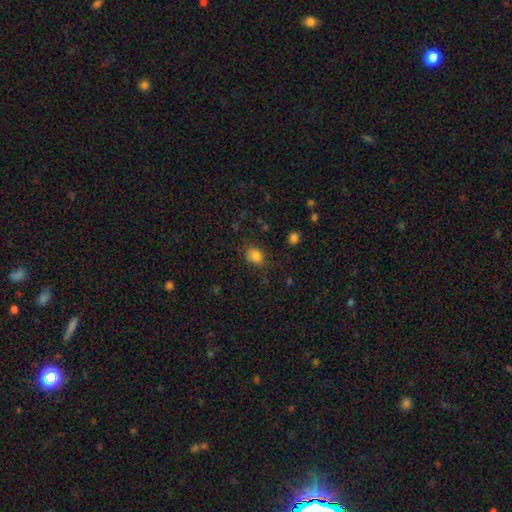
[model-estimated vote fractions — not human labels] Overall: smooth (83%). How rounded: in between (50%; round 49%). Merging: none (74%).